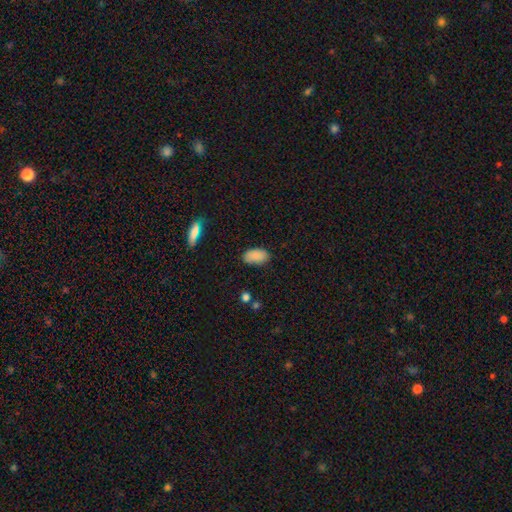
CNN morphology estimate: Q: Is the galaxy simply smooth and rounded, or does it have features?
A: smooth — 87%.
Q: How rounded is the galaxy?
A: in between — 94%.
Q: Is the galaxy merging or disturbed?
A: none — 81%.